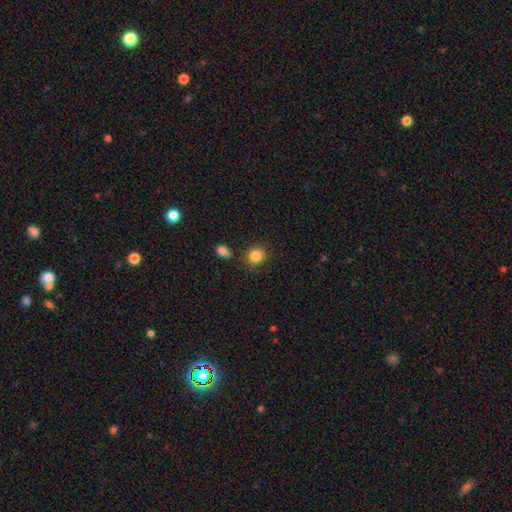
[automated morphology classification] A smooth galaxy with no disk features (86%) that is round (69%).

Vote fractions:
- Smooth or featured? smooth: 86% / star or artifact: 10% / featured or disk: 5%
- How rounded? round: 69% / in between: 30% / cigar-shaped: 1%
- Merging? none: 81% / minor disturbance: 10% / merger: 6% / major disturbance: 3%